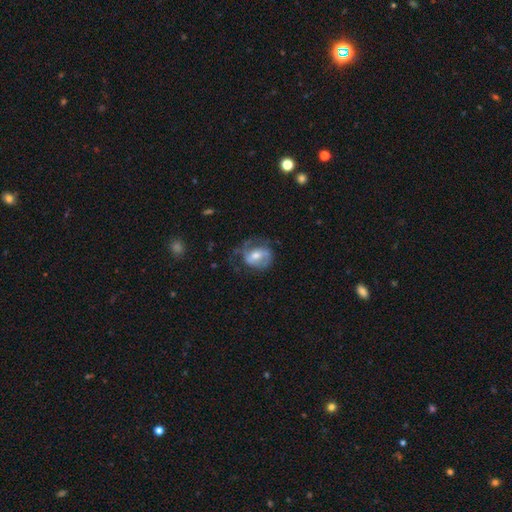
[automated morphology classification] This appears to be a featured or disk galaxy (62%) with a weak bar (44%), spiral arms (73%) and a moderate central bulge (61%). Merging: none (46%).